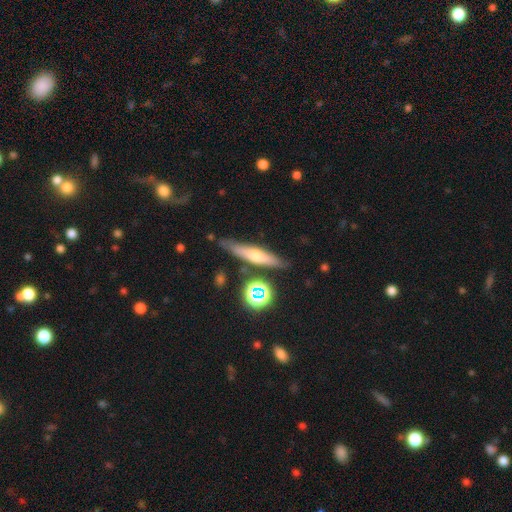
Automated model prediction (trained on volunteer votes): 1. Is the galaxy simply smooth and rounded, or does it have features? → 47% featured or disk, 40% smooth, 13% star or artifact.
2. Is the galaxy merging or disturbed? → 78% none, 14% minor disturbance, 5% merger, 4% major disturbance.